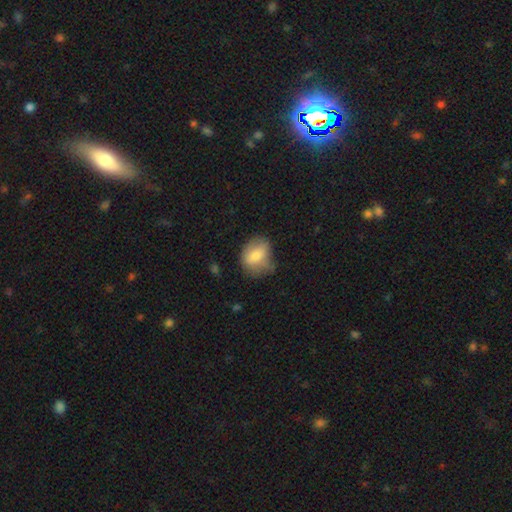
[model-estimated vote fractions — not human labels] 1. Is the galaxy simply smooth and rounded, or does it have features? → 75% smooth, 17% featured or disk, 8% star or artifact.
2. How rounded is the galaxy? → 56% in between, 43% round, 1% cigar-shaped.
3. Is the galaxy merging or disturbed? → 48% none, 36% minor disturbance, 13% major disturbance, 3% merger.